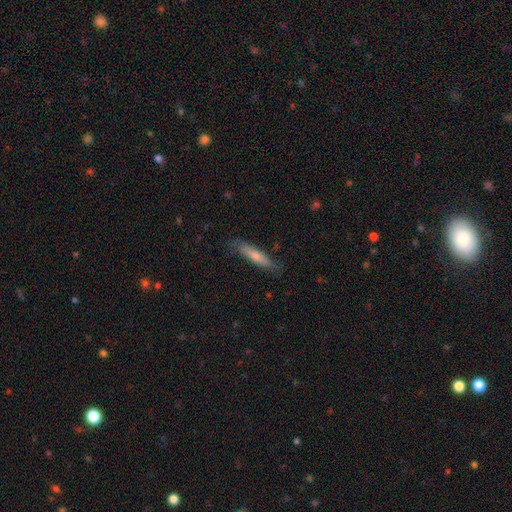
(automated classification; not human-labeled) Smooth or featured? smooth (68%)
How rounded? cigar-shaped (82%)
Merging? none (77%)